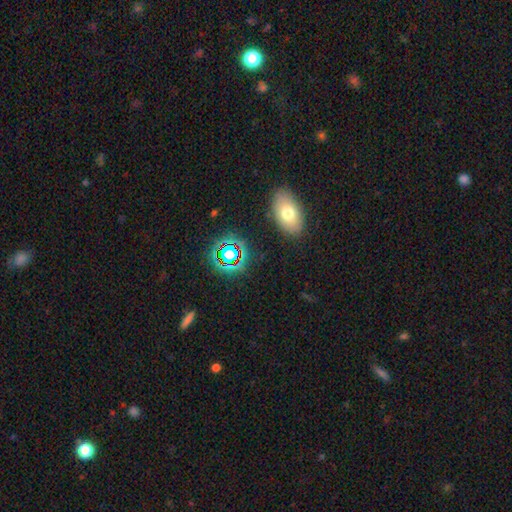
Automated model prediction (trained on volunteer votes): Q: Smooth or featured?
A: smooth (42%); runner-up: star or artifact (39%)
Q: Merging?
A: none (84%); runner-up: minor disturbance (9%)